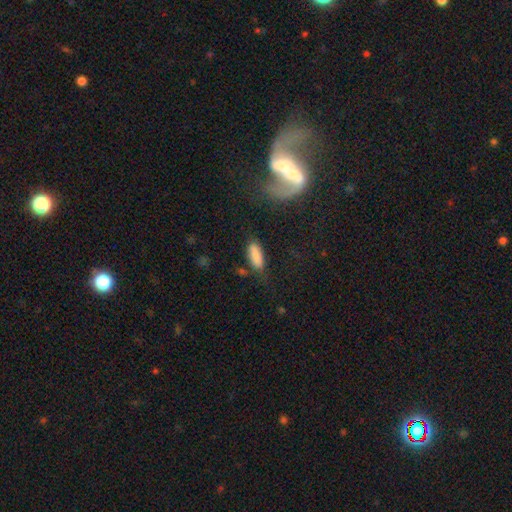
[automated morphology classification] type=smooth (85%); roundness=in between (69%); merging=none (72%).